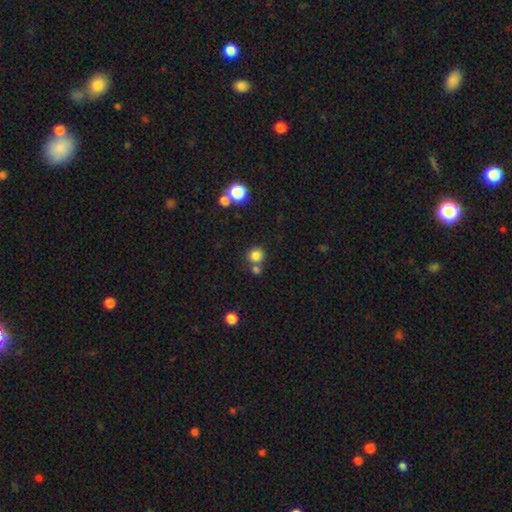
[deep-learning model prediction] This is clearly a smooth galaxy (80%). How rounded: clearly round (89%). Merging: likely none (66%).